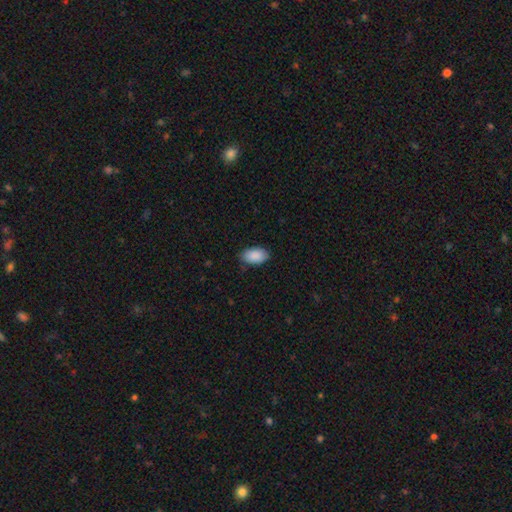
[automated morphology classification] Q: Smooth or featured?
A: smooth (90%); runner-up: star or artifact (6%)
Q: How rounded?
A: in between (94%); runner-up: round (5%)
Q: Merging?
A: none (83%); runner-up: minor disturbance (14%)